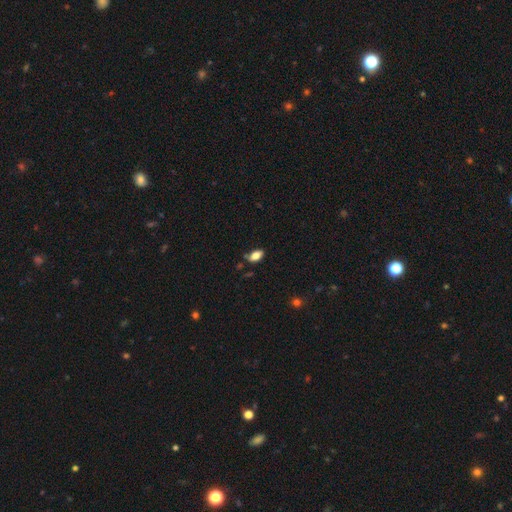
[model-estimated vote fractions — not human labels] A smooth galaxy with no disk features (80%) that is in between round and cigar-shaped (91%).

Vote fractions:
- Smooth or featured? smooth: 80% / featured or disk: 12% / star or artifact: 9%
- How rounded? in between: 91% / cigar-shaped: 4% / round: 4%
- Merging? none: 77% / minor disturbance: 15% / merger: 5% / major disturbance: 3%